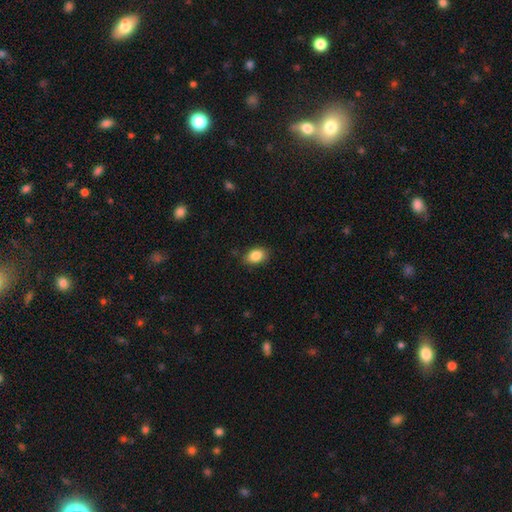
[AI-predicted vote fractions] smooth-or-featured: smooth: 86% | star or artifact: 8% | featured or disk: 6%
  how-rounded: in between: 80% | round: 19% | cigar-shaped: 1%
  merging: none: 82% | minor disturbance: 14% | major disturbance: 3% | merger: 1%